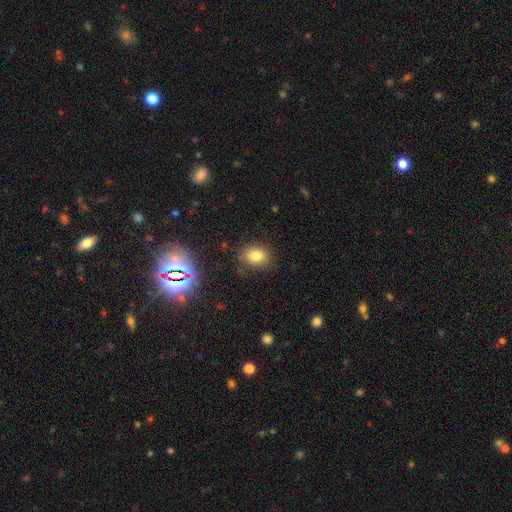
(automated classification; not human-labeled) Overall: smooth (77%). How rounded: in between (59%; round 40%). Merging: none (81%).